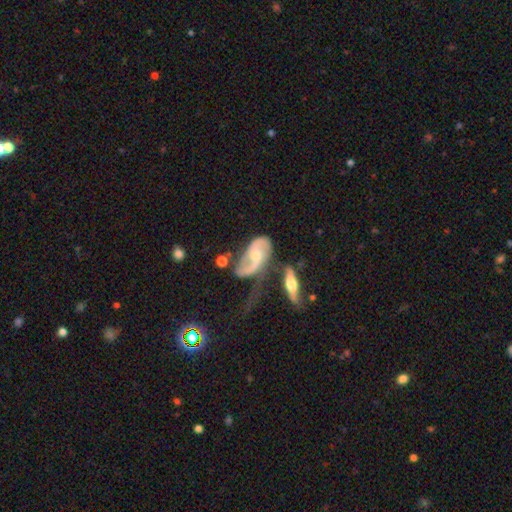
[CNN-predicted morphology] featured or disk 78%, smooth 16%, star or artifact 6%. Down the decision tree: edge-on disk — no (92%); bar — no (53%); spiral arms — yes (90%); spiral arm count — 2 (82%); spiral winding — loose (51%); bulge size — moderate (53%); merging — none (32%).